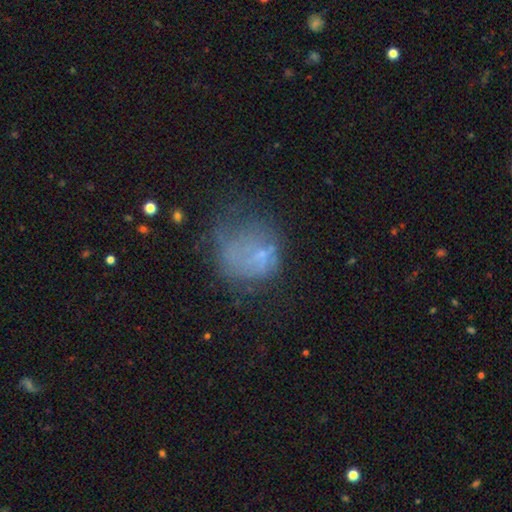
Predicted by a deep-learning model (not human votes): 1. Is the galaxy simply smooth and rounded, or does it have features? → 47% smooth, 31% featured or disk, 22% star or artifact.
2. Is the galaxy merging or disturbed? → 39% none, 31% major disturbance, 24% minor disturbance, 6% merger.